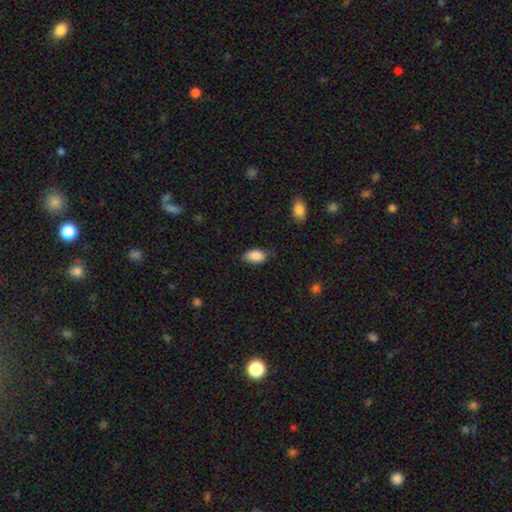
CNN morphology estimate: This appears to be a smooth galaxy with no disk features (88%) that is in between round and cigar-shaped (92%). Merging: none (68%).